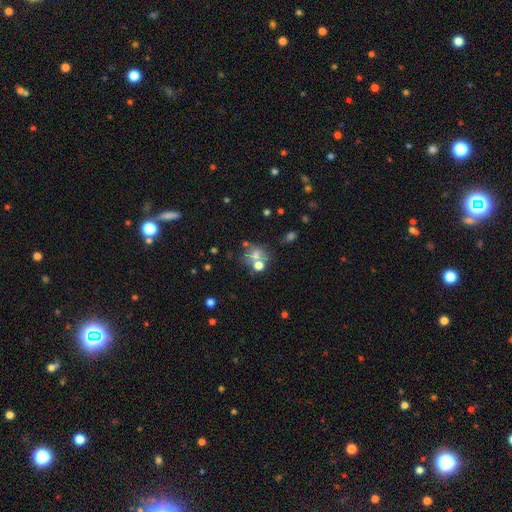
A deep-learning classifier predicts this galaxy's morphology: Smooth or featured? smooth (57%)
How rounded? round (69%)
Merging? none (42%)